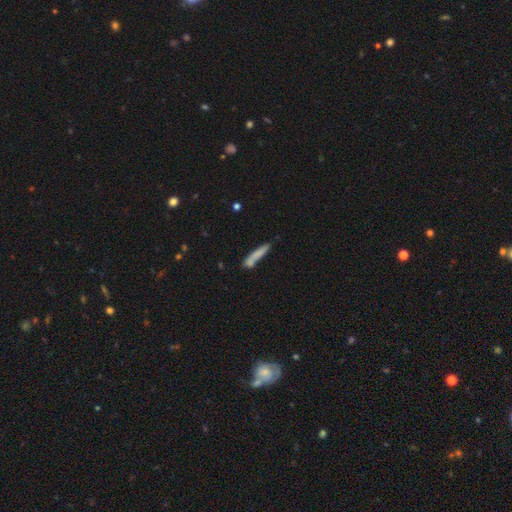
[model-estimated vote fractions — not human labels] smooth-or-featured: smooth: 74% | featured or disk: 19% | star or artifact: 7%
  how-rounded: cigar-shaped: 92% | in between: 6% | round: 1%
  merging: none: 68% | minor disturbance: 17% | merger: 11% | major disturbance: 4%